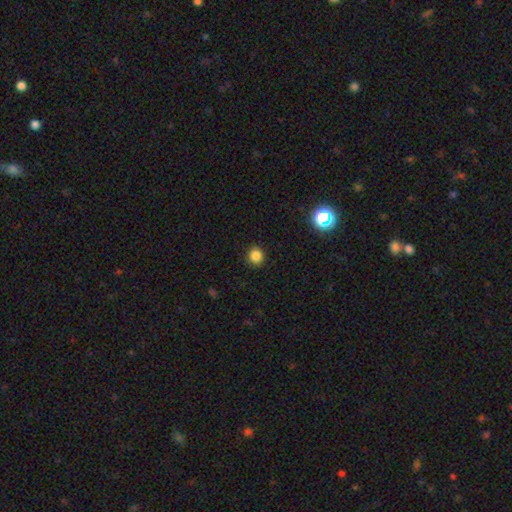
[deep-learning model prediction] smooth-or-featured: smooth: 84% | star or artifact: 13% | featured or disk: 3%
  how-rounded: round: 92% | in between: 7% | cigar-shaped: 1%
  merging: none: 91% | minor disturbance: 6% | major disturbance: 2% | merger: 1%